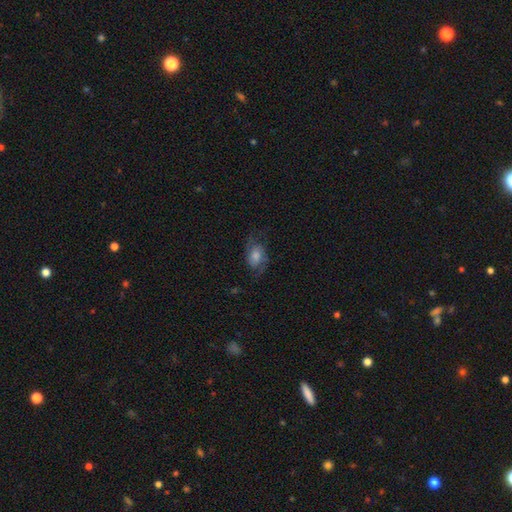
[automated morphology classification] smooth_or_featured: featured or disk (p=0.60) [alt: smooth p=0.29]
disk_edge_on: no (p=0.95) [alt: yes p=0.05]
bar: no (p=0.64) [alt: weak p=0.30]
has_spiral_arms: yes (p=0.89) [alt: no p=0.11]
spiral_winding: medium (p=0.46) [alt: loose p=0.36]
spiral_arm_count: 2 (p=0.82) [alt: can't tell p=0.09]
bulge_size: moderate (p=0.41) [alt: small p=0.24]
merging: none (p=0.65) [alt: minor disturbance p=0.18]